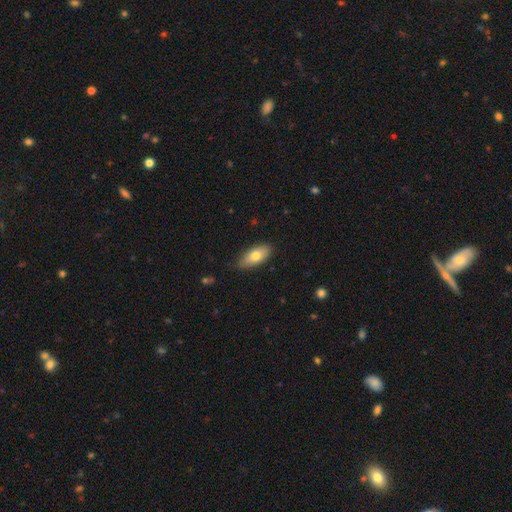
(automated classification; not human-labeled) A smooth galaxy with no disk features (74%) that is in between round and cigar-shaped (86%). Merging: none (84%).